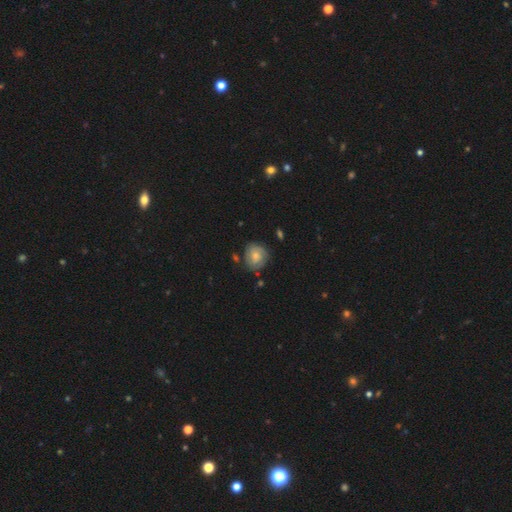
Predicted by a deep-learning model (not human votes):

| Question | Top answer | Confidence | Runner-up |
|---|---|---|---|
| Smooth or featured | smooth | 57% | featured or disk (35%) |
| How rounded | round | 81% | in between (18%) |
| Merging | none | 71% | minor disturbance (20%) |